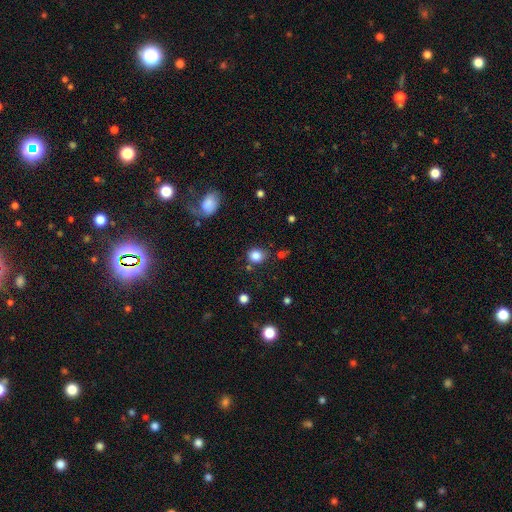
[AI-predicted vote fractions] Morphology: type=smooth (84%); roundness=round (74%); merging=none (76%).